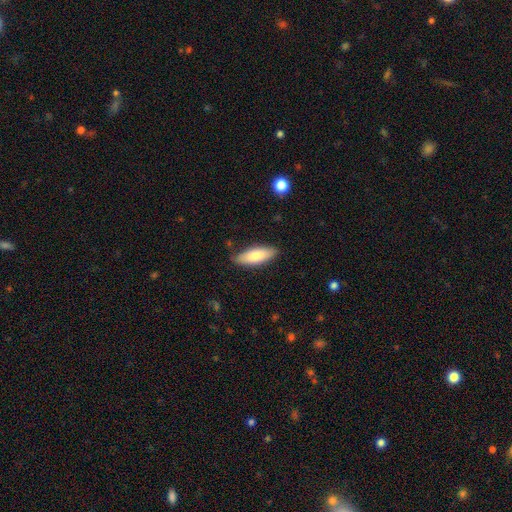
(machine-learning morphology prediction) smooth-or-featured: smooth: 79% | featured or disk: 16% | star or artifact: 5%
  how-rounded: in between: 63% | cigar-shaped: 35% | round: 2%
  merging: none: 81% | minor disturbance: 15% | major disturbance: 2% | merger: 1%